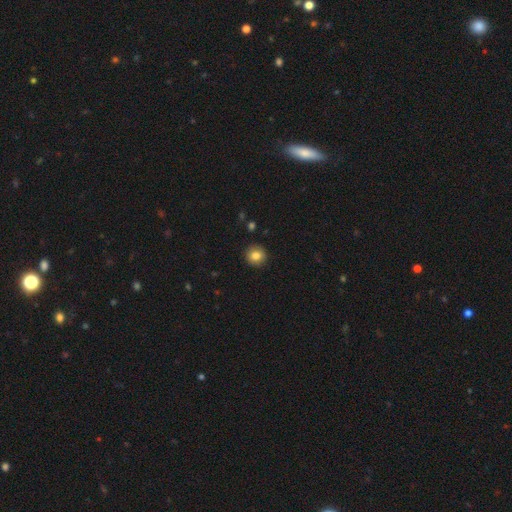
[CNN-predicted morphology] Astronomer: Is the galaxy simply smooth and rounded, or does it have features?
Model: smooth — 84%.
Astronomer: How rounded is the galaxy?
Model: round — 92%.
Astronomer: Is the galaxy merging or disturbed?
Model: none — 91%.